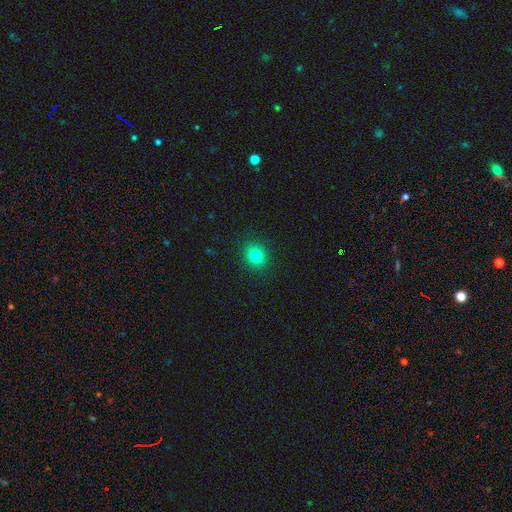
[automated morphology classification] A smooth galaxy with no disk features (80%) that is round (78%).

Vote fractions:
- Smooth or featured? smooth: 80% / star or artifact: 13% / featured or disk: 7%
- How rounded? round: 78% / in between: 21% / cigar-shaped: 1%
- Merging? none: 90% / minor disturbance: 6% / major disturbance: 2% / merger: 1%